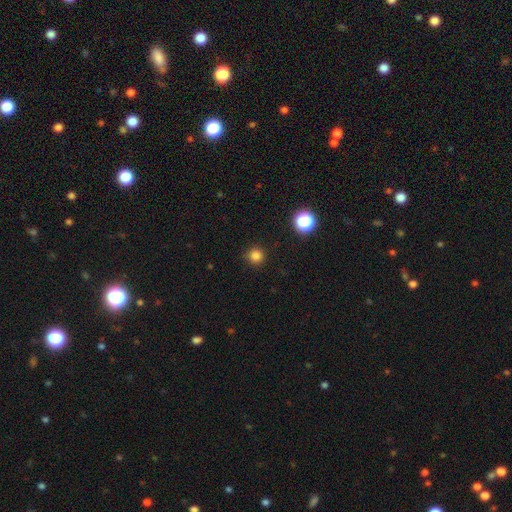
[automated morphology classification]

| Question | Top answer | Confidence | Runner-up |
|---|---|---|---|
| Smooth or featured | smooth | 81% | star or artifact (15%) |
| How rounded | round | 95% | in between (4%) |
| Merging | none | 89% | minor disturbance (7%) |